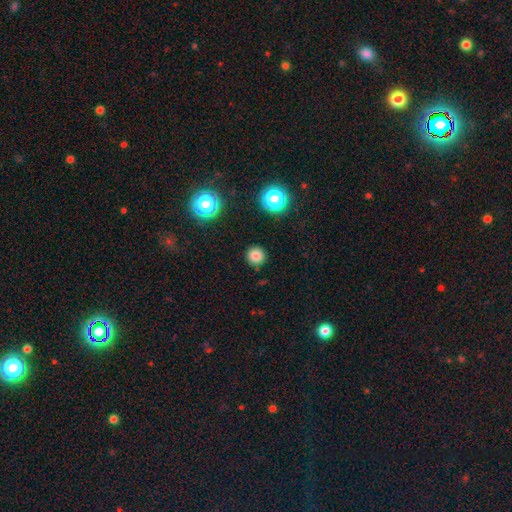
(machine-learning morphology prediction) A smooth galaxy with no disk features (80%) that is round (94%). Merging: none (90%).